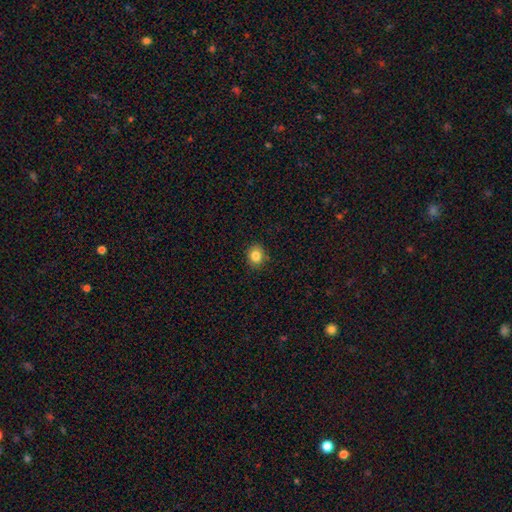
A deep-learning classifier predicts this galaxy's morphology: Smooth or featured: smooth — 83% (star or artifact — 11%)
How rounded: round — 63% (in between — 37%)
Merging: none — 88% (minor disturbance — 9%)